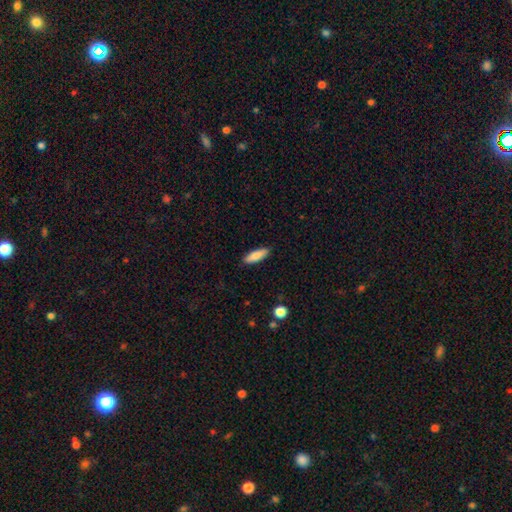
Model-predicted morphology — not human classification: smooth_or_featured: smooth (p=0.83) [alt: featured or disk p=0.11]
how_rounded: in between (p=0.53) [alt: cigar-shaped p=0.45]
merging: none (p=0.89) [alt: minor disturbance p=0.08]